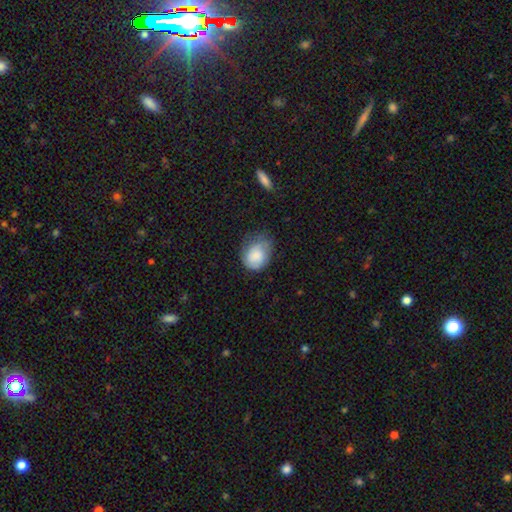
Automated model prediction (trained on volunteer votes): Overall: smooth (73%). How rounded: in between (55%; round 44%). Merging: none (44%; minor disturbance 38%).